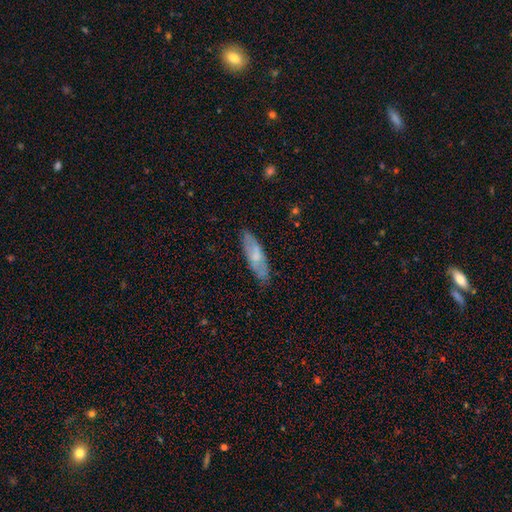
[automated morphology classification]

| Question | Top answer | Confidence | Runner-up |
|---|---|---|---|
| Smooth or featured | smooth | 57% | featured or disk (36%) |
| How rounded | cigar-shaped | 56% | in between (42%) |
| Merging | none | 75% | minor disturbance (18%) |